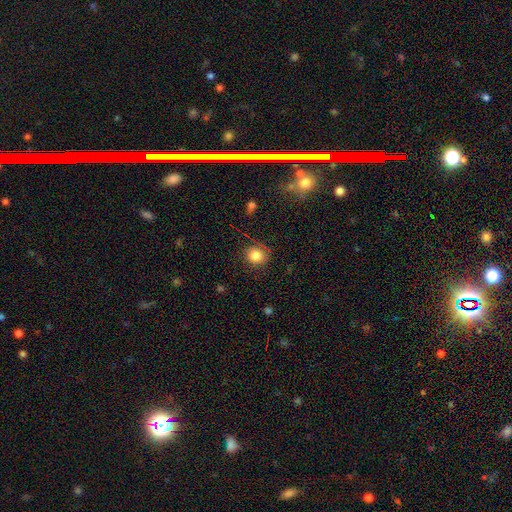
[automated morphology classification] smooth_or_featured: smooth (p=0.82) [alt: star or artifact p=0.10]
how_rounded: round (p=0.81) [alt: in between p=0.18]
merging: none (p=0.75) [alt: minor disturbance p=0.17]